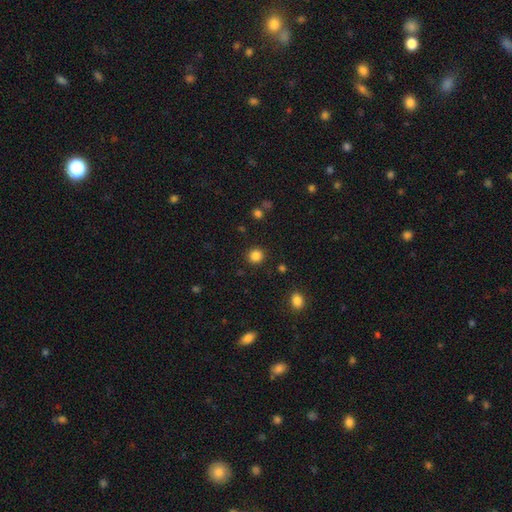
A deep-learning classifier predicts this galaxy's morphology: smooth_or_featured: smooth (p=0.84) [alt: star or artifact p=0.12]
how_rounded: round (p=0.90) [alt: in between p=0.09]
merging: none (p=0.90) [alt: minor disturbance p=0.06]